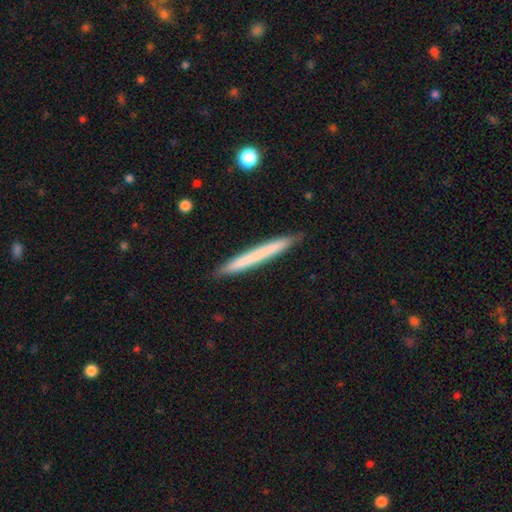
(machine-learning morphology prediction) The model was most divided on "smooth or featured": smooth: 65%, featured or disk: 30%, star or artifact: 6%. More confident: how rounded — cigar-shaped (97%); merging — none (90%).